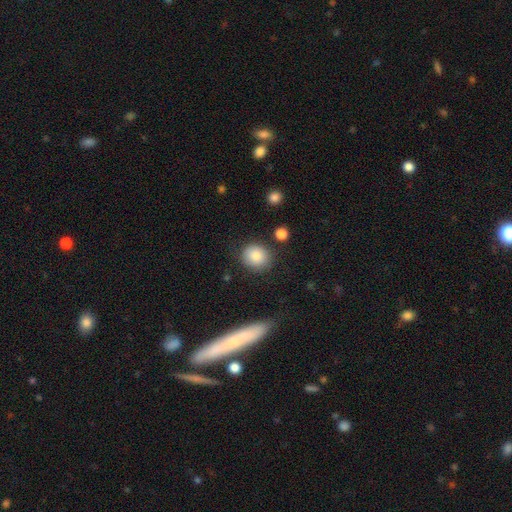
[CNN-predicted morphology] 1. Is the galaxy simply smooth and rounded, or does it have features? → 85% smooth, 8% star or artifact, 7% featured or disk.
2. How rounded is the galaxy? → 78% round, 21% in between, 1% cigar-shaped.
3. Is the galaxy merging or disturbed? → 83% none, 11% minor disturbance, 3% major disturbance, 3% merger.